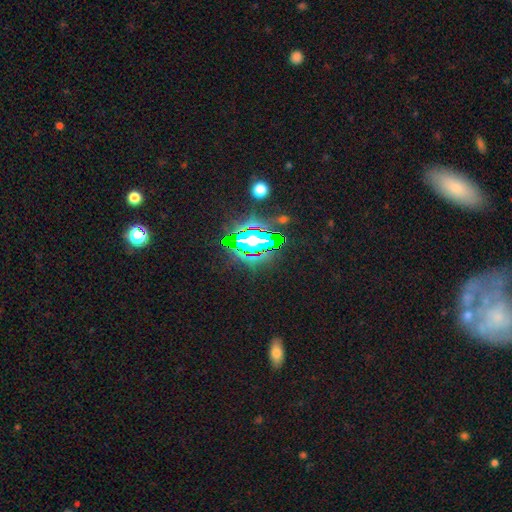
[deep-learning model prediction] smooth_or_featured: star or artifact (p=0.71) [alt: smooth p=0.17]